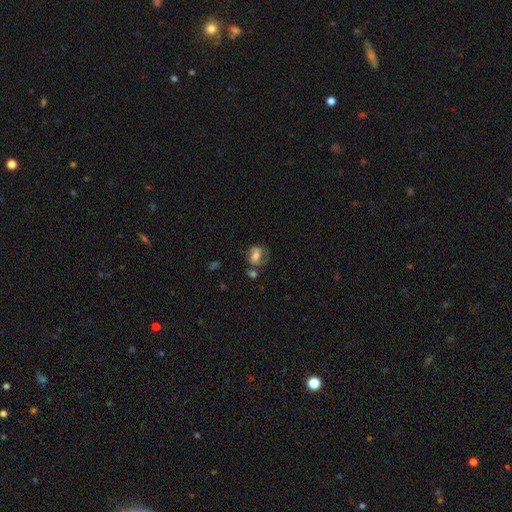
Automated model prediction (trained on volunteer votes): Q: Smooth or featured?
A: smooth (47%); runner-up: featured or disk (43%)
Q: Merging?
A: none (47%); runner-up: minor disturbance (22%)